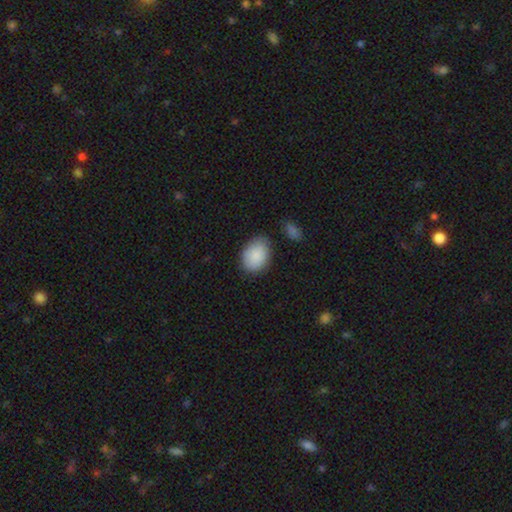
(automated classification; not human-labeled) Overall: smooth (87%). How rounded: in between (75%). Merging: none (74%).